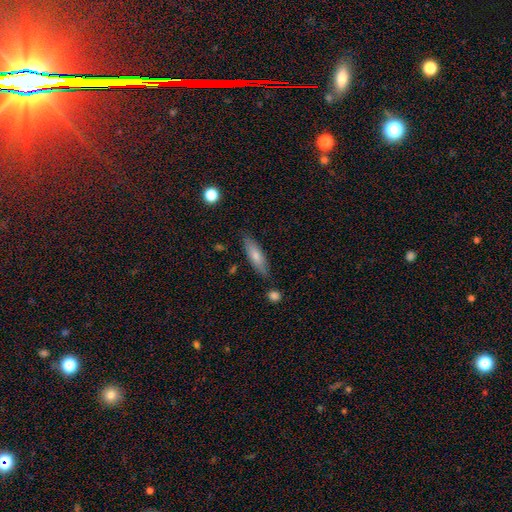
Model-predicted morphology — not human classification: Smooth or featured? smooth (72%)
How rounded? cigar-shaped (59%)
Merging? none (79%)